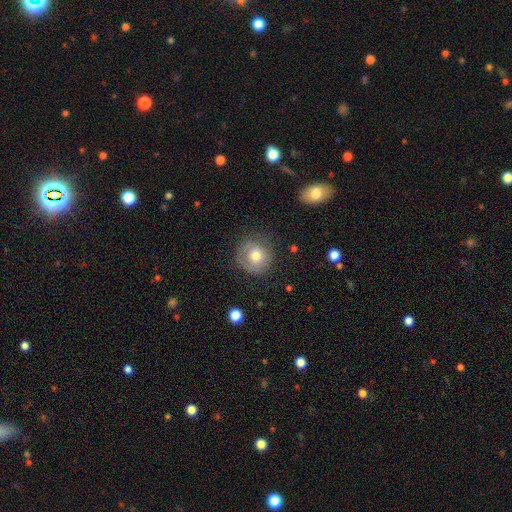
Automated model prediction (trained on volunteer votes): Morphology: type=smooth (65%); roundness=round (90%); merging=none (68%).